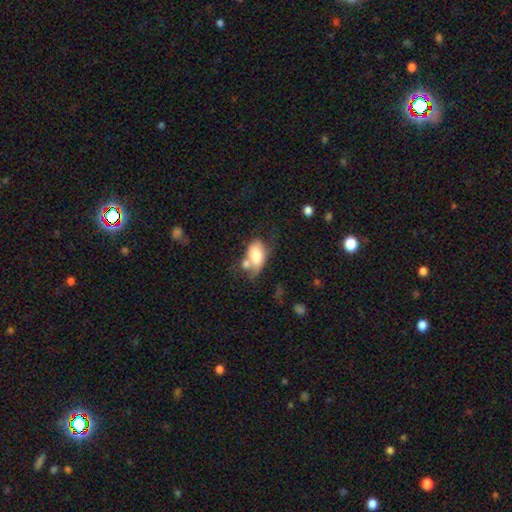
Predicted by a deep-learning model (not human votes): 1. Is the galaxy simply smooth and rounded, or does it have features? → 71% smooth, 22% featured or disk, 8% star or artifact.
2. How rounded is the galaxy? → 90% in between, 8% round, 2% cigar-shaped.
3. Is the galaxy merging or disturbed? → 36% merger, 24% none, 22% minor disturbance, 19% major disturbance.